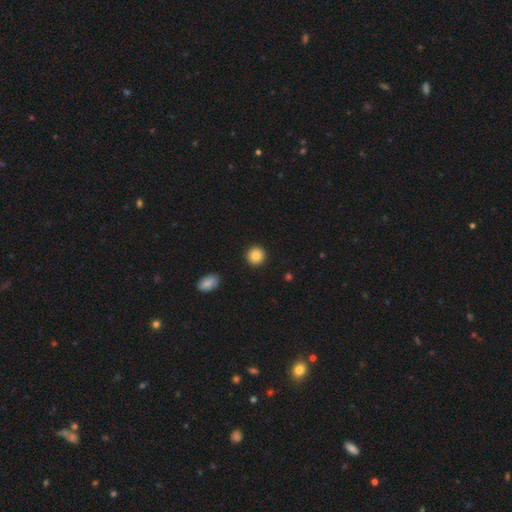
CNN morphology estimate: smooth 85%, star or artifact 9%, featured or disk 7%. Down the decision tree: how rounded — round (93%); merging — none (92%).